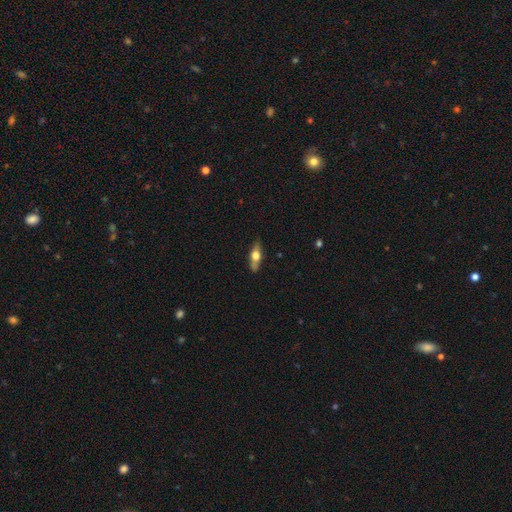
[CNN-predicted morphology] Overall: featured or disk (49%; smooth 45%). Merging: none (83%).